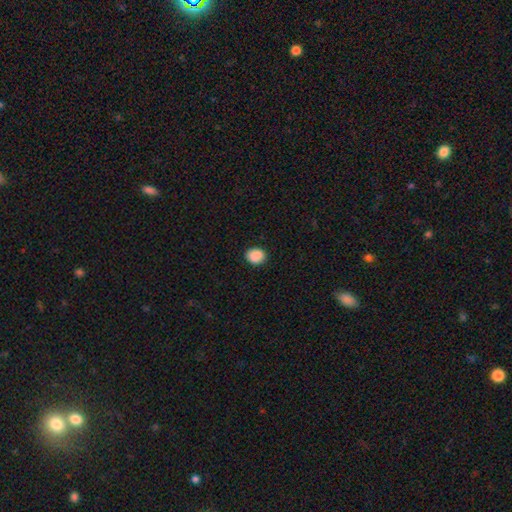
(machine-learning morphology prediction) This appears to be a smooth galaxy with no disk features (89%) that is round (58%). Merging: none (87%).